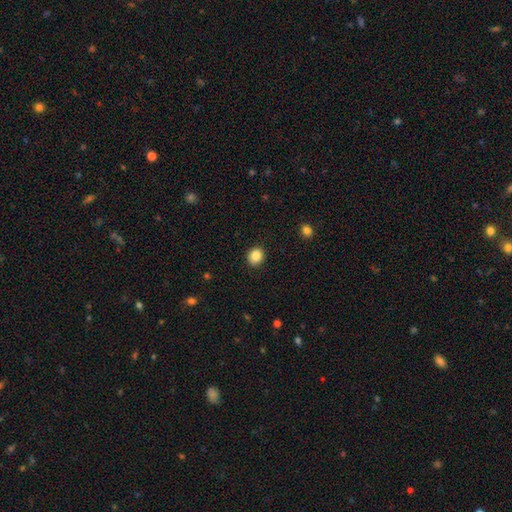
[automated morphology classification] smooth 88%, star or artifact 9%, featured or disk 3%. Down the decision tree: how rounded — round (77%); merging — none (90%).